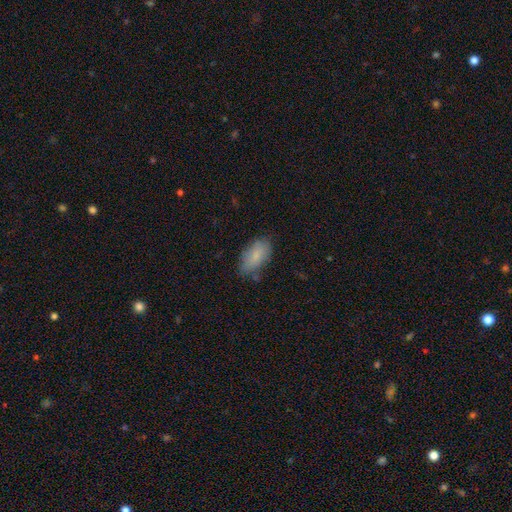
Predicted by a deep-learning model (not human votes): smooth-or-featured: smooth: 82% | featured or disk: 11% | star or artifact: 7%
  how-rounded: in between: 92% | cigar-shaped: 4% | round: 4%
  merging: none: 69% | minor disturbance: 24% | major disturbance: 5% | merger: 3%